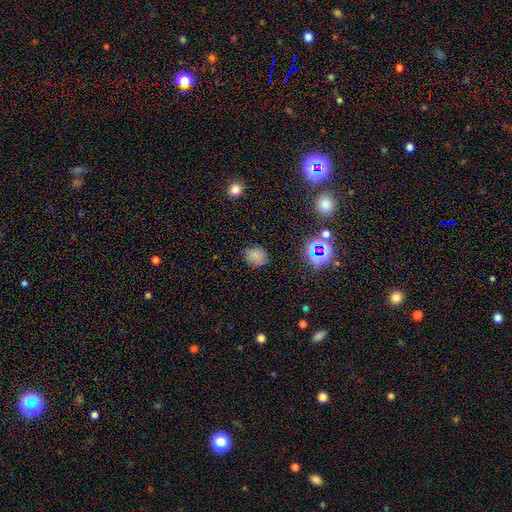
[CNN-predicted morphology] Overall: smooth (70%). How rounded: round (59%; in between 40%). Merging: none (78%).